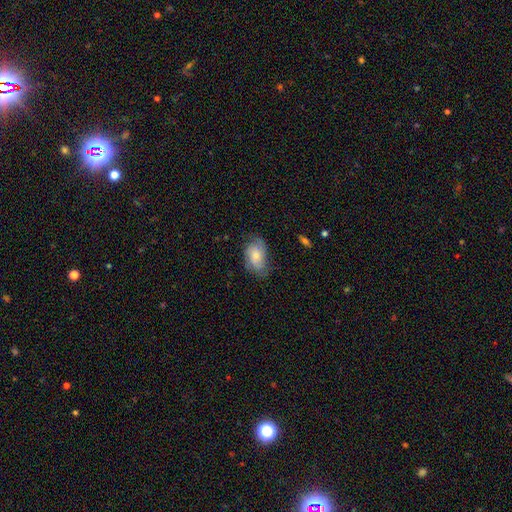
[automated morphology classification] type=smooth (59%); roundness=in between (88%); merging=none (60%).